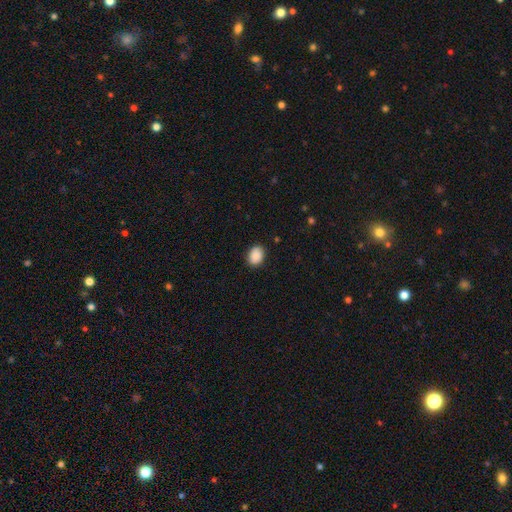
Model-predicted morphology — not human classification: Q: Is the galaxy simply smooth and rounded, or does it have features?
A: smooth — 90%.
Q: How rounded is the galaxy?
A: in between — 68%.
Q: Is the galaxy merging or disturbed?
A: none — 87%.